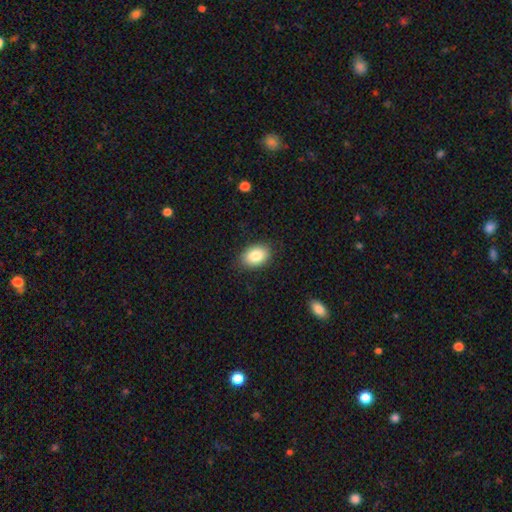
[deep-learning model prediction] This is clearly a smooth galaxy (85%). How rounded: clearly in between (85%). Merging: clearly none (87%).